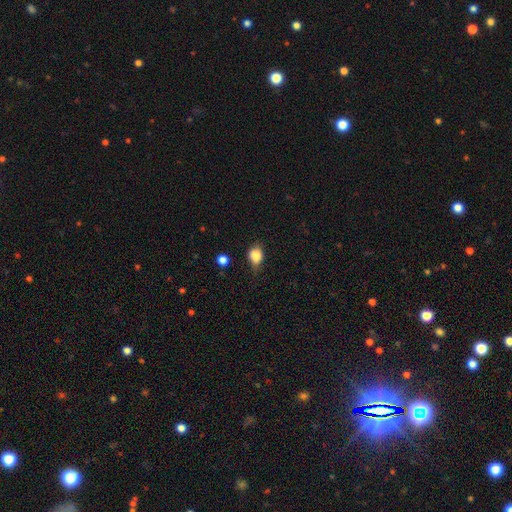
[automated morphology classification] Smooth or featured: smooth — 83% (star or artifact — 10%)
How rounded: in between — 51% (round — 47%)
Merging: none — 48% (minor disturbance — 38%)